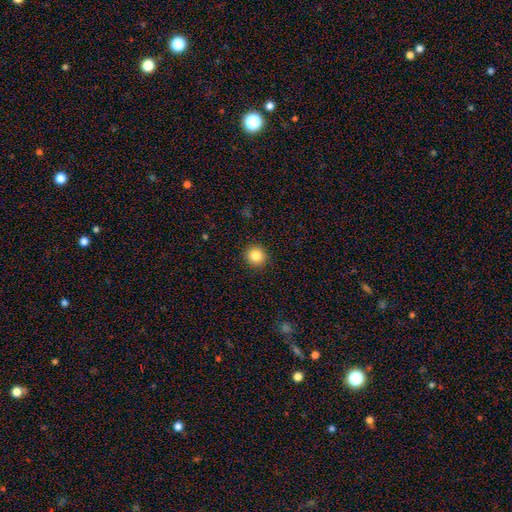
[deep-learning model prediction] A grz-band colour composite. It shows a smooth galaxy with no disk features (84%) that is round (93%). Merging: none (92%).